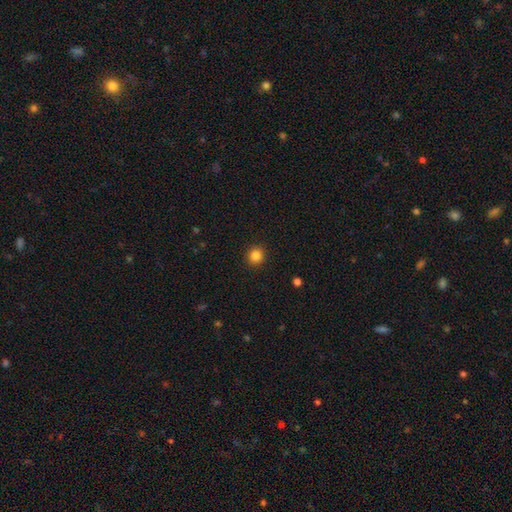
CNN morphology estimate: Overall: smooth (85%). How rounded: round (91%). Merging: none (92%).